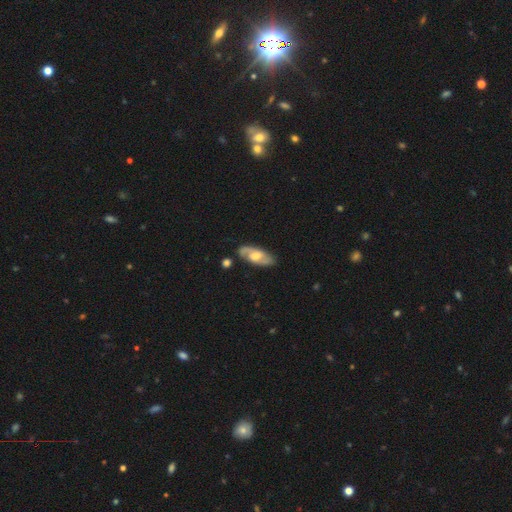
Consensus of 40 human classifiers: smooth-or-featured: featured or disk: 80% | smooth: 18% | star or artifact: 2%
  disk-edge-on: no: 88% | yes: 12%
    bar: weak: 43% (tied) | no: 43% (tied) | strong: 14%
    has-spiral-arms: yes: 75% | no: 25%
      spiral-winding: medium: 48% | loose: 29% | tight: 24%
      spiral-arm-count: 2: 71% | can't tell: 29% | 1: 0% | 3: 0% | 4: 0% | more than 4: 0%
    bulge-size: moderate: 61% | large: 25% | none: 7% | dominant: 4% | small: 4%
  merging: none: 77% | minor disturbance: 15% | major disturbance: 5% | merger: 3%